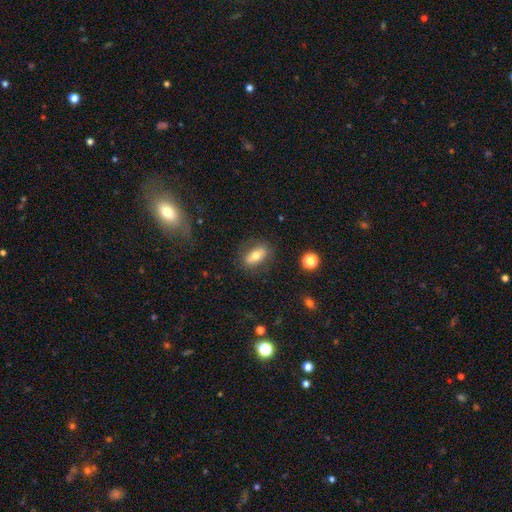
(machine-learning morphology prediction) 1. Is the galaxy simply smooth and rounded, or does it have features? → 67% smooth, 24% featured or disk, 8% star or artifact.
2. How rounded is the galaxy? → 82% in between, 10% cigar-shaped, 8% round.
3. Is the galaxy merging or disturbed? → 80% none, 13% minor disturbance, 5% major disturbance, 2% merger.